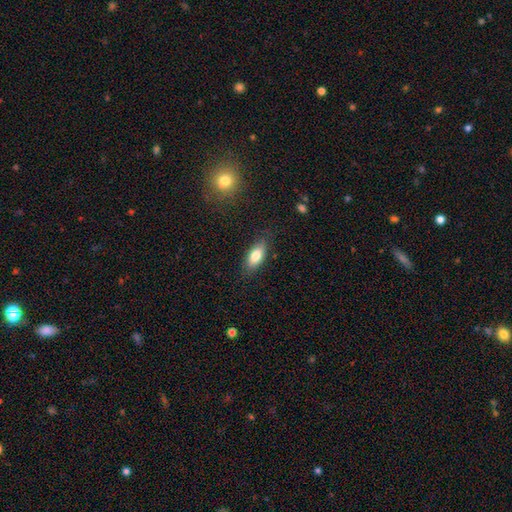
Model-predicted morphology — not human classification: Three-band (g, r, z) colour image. It shows a smooth galaxy with no disk features (79%) that is in between round and cigar-shaped (85%). Merging: none (80%).